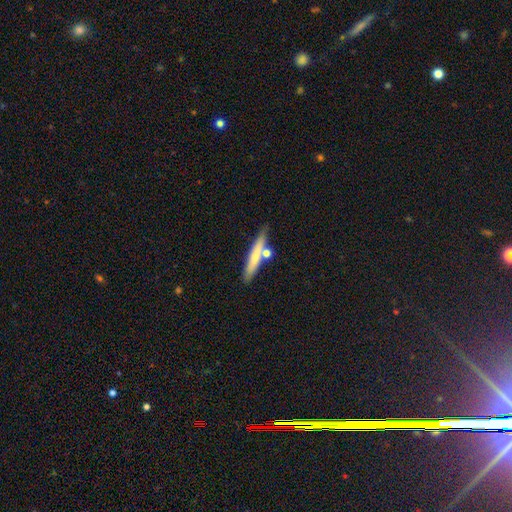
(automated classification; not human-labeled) Overall: smooth (68%). How rounded: cigar-shaped (88%). Merging: none (67%).